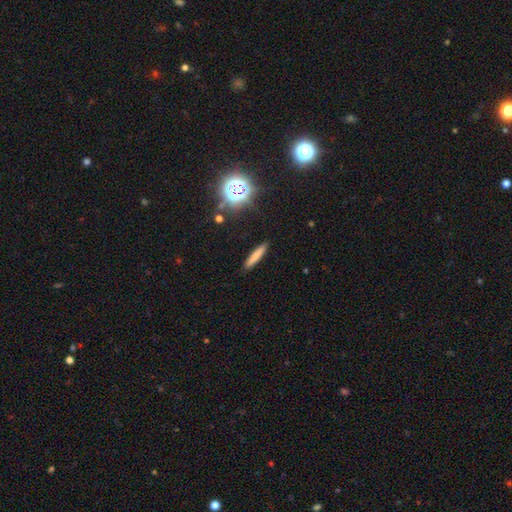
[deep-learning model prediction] smooth 75%, featured or disk 13%, star or artifact 12%. Down the decision tree: how rounded — cigar-shaped (90%); merging — none (90%).